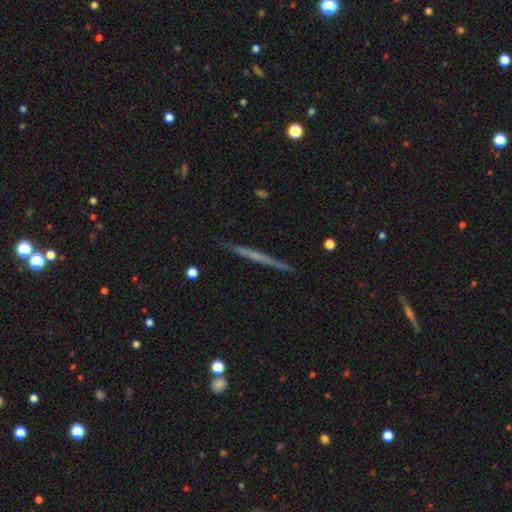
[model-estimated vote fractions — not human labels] The model was most divided on "smooth or featured": featured or disk: 64%, smooth: 29%, star or artifact: 7%. More confident: edge-on disk — yes (98%); merging — none (90%); edge-on bulge — none (69%).